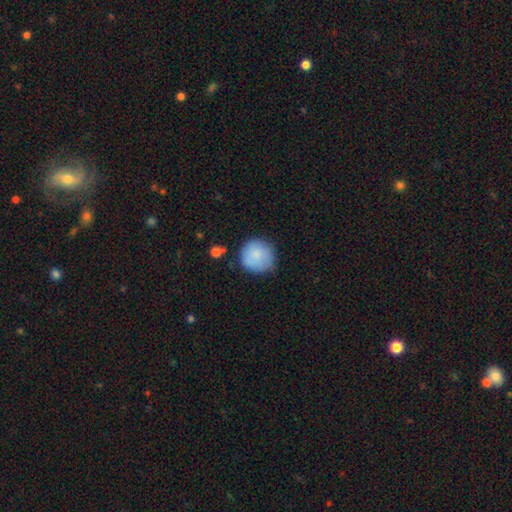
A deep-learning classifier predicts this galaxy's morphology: The model was most divided on "merging": none: 72%, minor disturbance: 20%, major disturbance: 5%, merger: 3%. More confident: how rounded — round (93%); smooth or featured — smooth (85%).